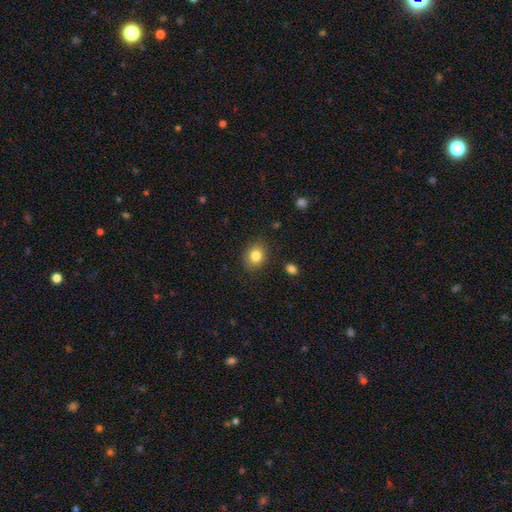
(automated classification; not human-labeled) smooth 82%, star or artifact 9%, featured or disk 8%. Down the decision tree: how rounded — round (51%); merging — none (85%).